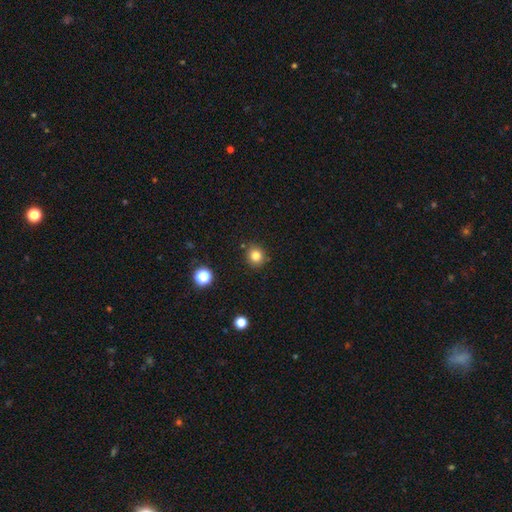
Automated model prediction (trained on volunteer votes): smooth_or_featured: smooth (p=0.82) [alt: star or artifact p=0.12]
how_rounded: round (p=0.87) [alt: in between p=0.12]
merging: none (p=0.85) [alt: minor disturbance p=0.10]